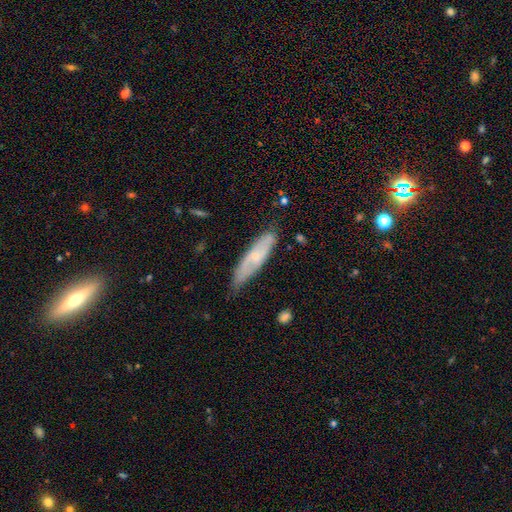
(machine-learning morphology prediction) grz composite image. It shows a smooth galaxy with no disk features (47%). Merging: none (70%).